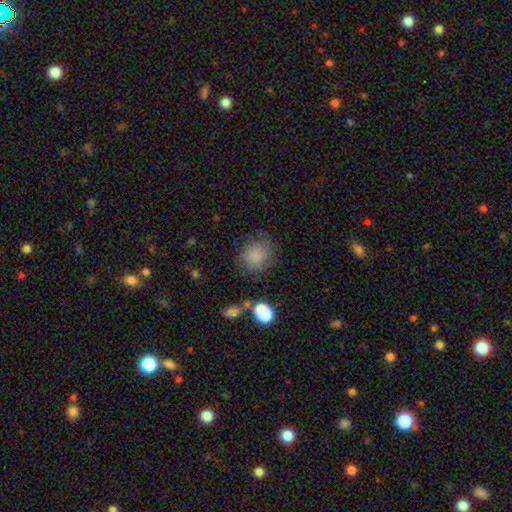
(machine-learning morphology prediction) Smooth or featured?
  - smooth: 80% *
  - star or artifact: 12%
  - featured or disk: 8%
How rounded?
  - round: 80% *
  - in between: 19%
  - cigar-shaped: 1%
Merging?
  - none: 70% *
  - minor disturbance: 17%
  - major disturbance: 8%
  - merger: 5%